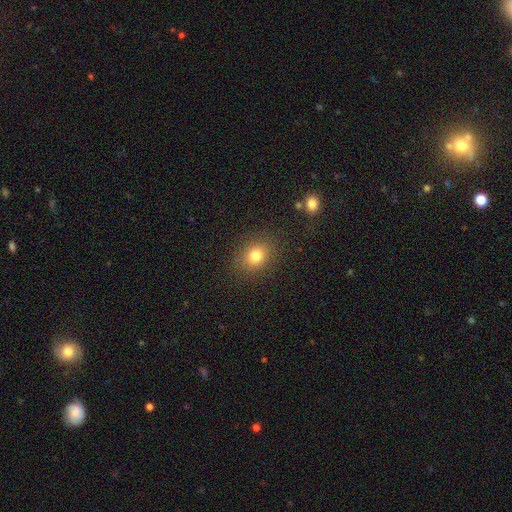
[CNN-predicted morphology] The model was most divided on "how rounded": round: 61%, in between: 38%, cigar-shaped: 1%. More confident: merging — none (86%); smooth or featured — smooth (79%).